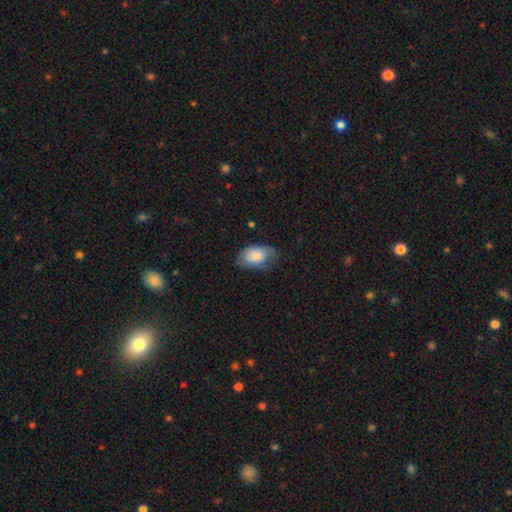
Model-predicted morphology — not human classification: This is clearly a smooth galaxy (83%). How rounded: clearly in between (93%). Merging: likely none (63%).